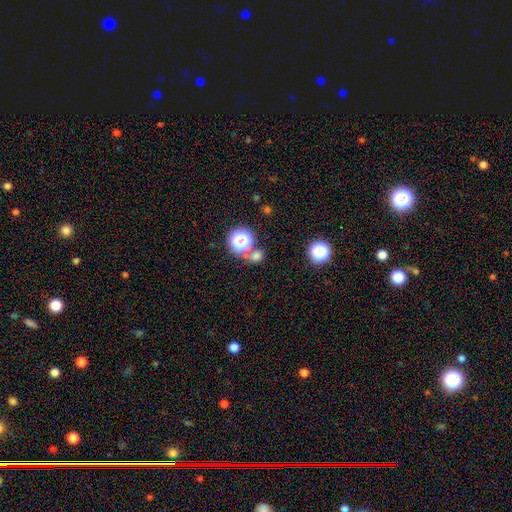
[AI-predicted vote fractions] Smooth or featured? smooth (64%)
How rounded? round (80%)
Merging? none (61%)